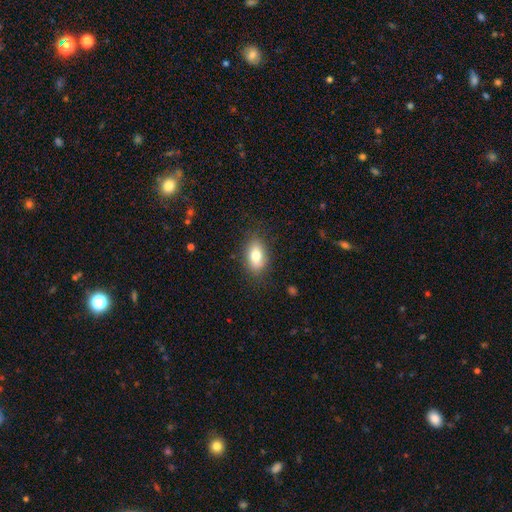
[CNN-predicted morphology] type=smooth (78%); roundness=in between (87%); merging=none (83%).